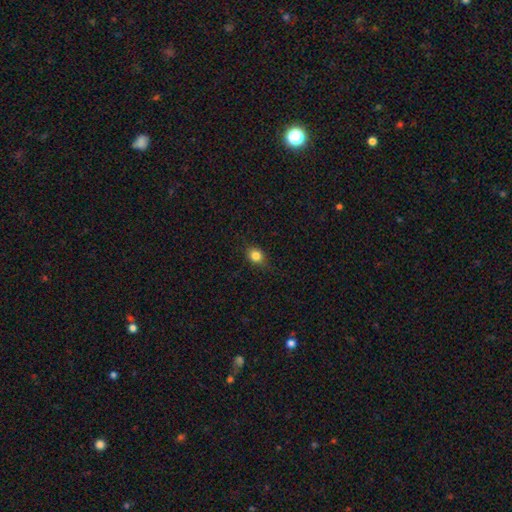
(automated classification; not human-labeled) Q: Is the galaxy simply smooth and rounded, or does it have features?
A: smooth — 83%.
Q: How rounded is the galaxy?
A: round — 64%.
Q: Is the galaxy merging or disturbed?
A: none — 84%.